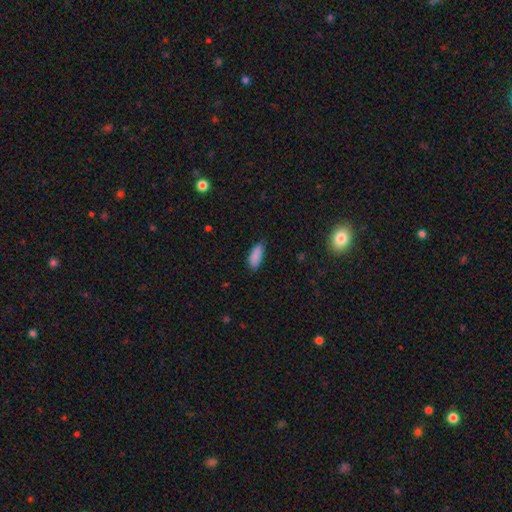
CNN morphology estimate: This is clearly a smooth galaxy (87%). How rounded: likely in between (80%). Merging: likely none (71%).